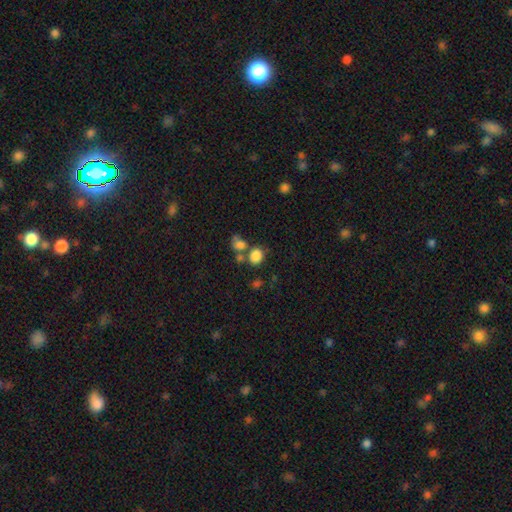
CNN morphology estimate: This is clearly a smooth galaxy (81%). How rounded: possibly round (53%). Merging: possibly none (48%).